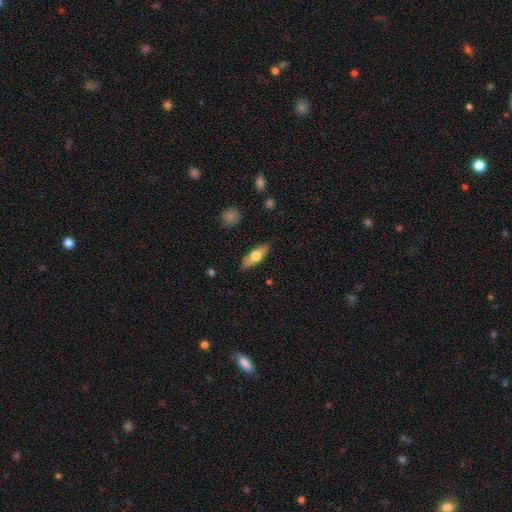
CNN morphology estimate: A smooth galaxy with no disk features (55%) that is in between round and cigar-shaped (59%).

Vote fractions:
- Smooth or featured? smooth: 55% / featured or disk: 38% / star or artifact: 6%
- How rounded? in between: 59% / cigar-shaped: 38% / round: 3%
- Merging? none: 86% / minor disturbance: 11% / major disturbance: 2% / merger: 2%